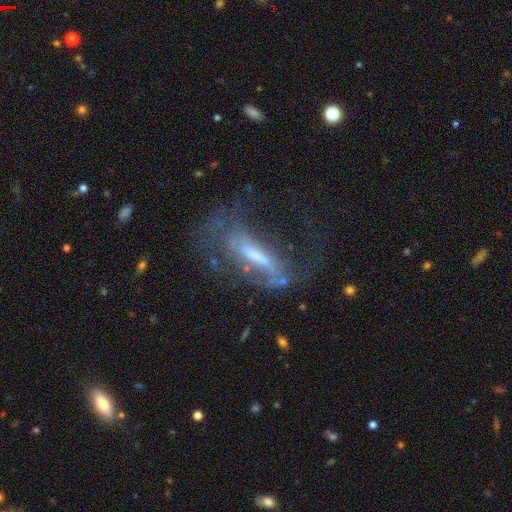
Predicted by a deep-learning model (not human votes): Smooth or featured?
  - featured or disk: 65% *
  - smooth: 24%
  - star or artifact: 11%
Edge-on disk?
  - no: 71% *
  - yes: 29%
Merging?
  - none: 40% *
  - major disturbance: 35%
  - minor disturbance: 20%
  - merger: 5%